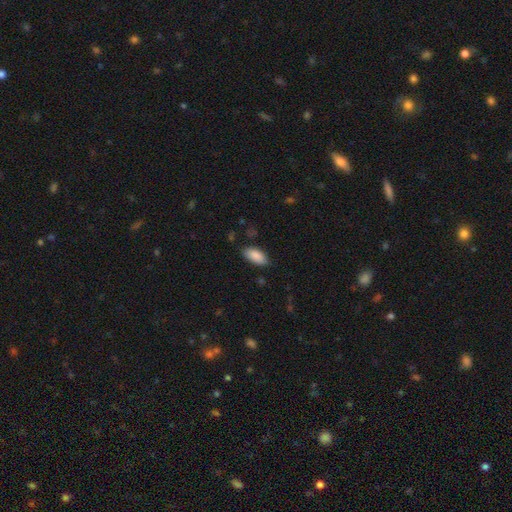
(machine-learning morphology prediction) This is clearly a smooth galaxy (89%). How rounded: clearly in between (91%). Merging: clearly none (82%).